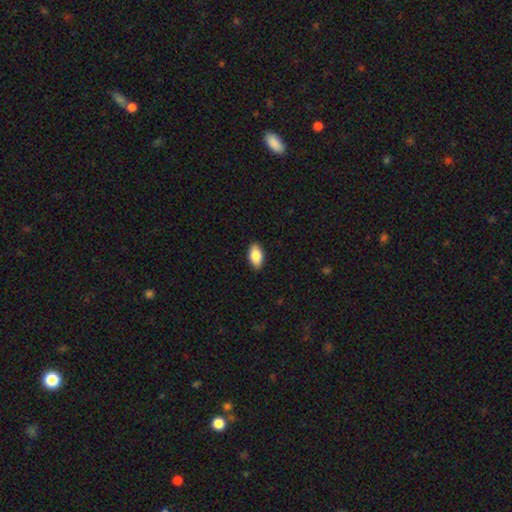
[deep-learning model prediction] This appears to be a smooth galaxy with no disk features (86%) that is in between round and cigar-shaped (93%). Merging: none (89%).